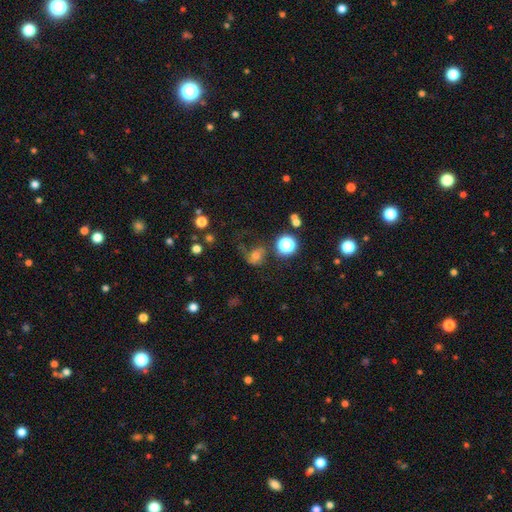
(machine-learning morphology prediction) smooth_or_featured: smooth (p=0.51) [alt: featured or disk p=0.29]
how_rounded: round (p=0.62) [alt: in between p=0.37]
merging: major disturbance (p=0.37) [alt: none p=0.36]